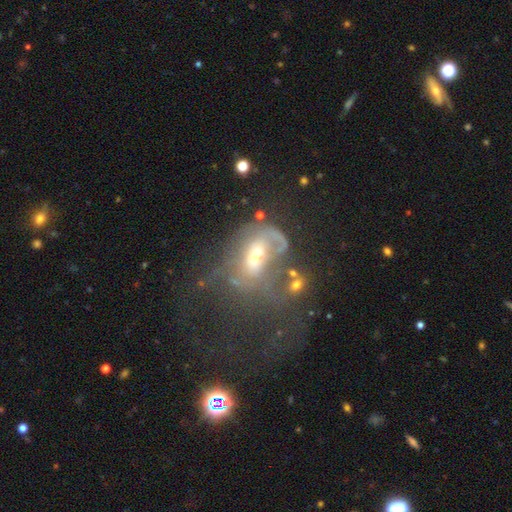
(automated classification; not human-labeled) This is possibly a featured or disk galaxy (59%). It is clearly not viewed edge-on (92%). Bar: possibly no (49%). Spiral arm pattern: possibly no (55%). Central bulge: possibly moderate (57%). Merging: possibly major disturbance (50%).